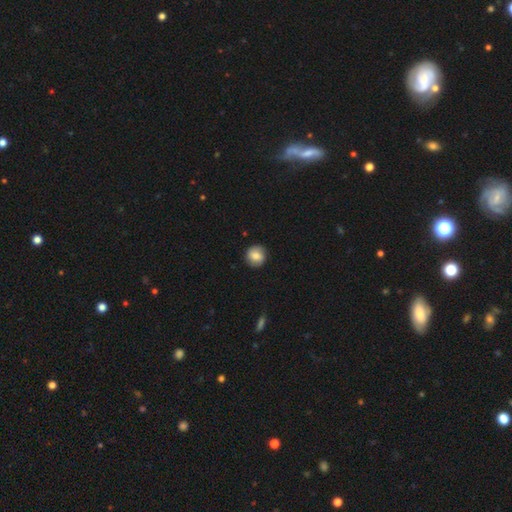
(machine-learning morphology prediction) A smooth galaxy with no disk features (75%) that is round (89%).

Vote fractions:
- Smooth or featured? smooth: 75% / featured or disk: 18% / star or artifact: 8%
- How rounded? round: 89% / in between: 10% / cigar-shaped: 1%
- Merging? none: 88% / minor disturbance: 9% / major disturbance: 2% / merger: 1%